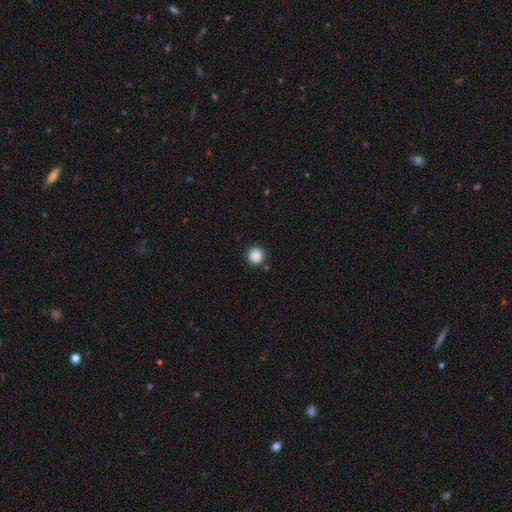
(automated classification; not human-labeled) Overall: smooth (87%). How rounded: round (94%). Merging: none (90%).